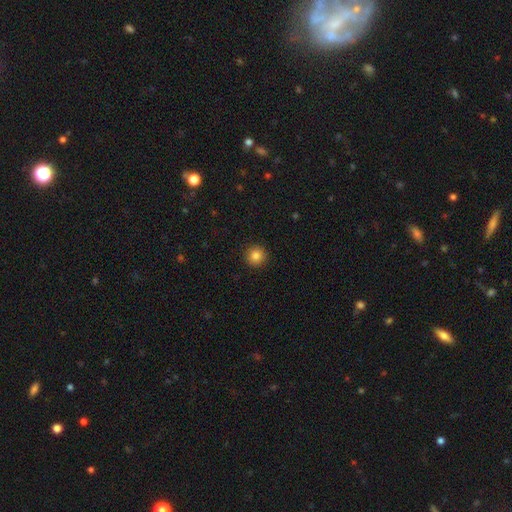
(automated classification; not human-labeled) This is clearly a smooth galaxy (84%). How rounded: clearly round (95%). Merging: clearly none (93%).